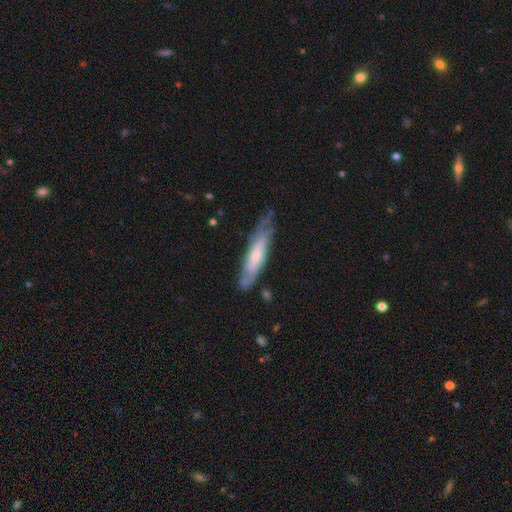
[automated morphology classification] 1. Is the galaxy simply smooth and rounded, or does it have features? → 54% featured or disk, 40% smooth, 6% star or artifact.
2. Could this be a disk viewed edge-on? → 55% yes, 45% no.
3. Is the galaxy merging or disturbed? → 67% none, 24% minor disturbance, 6% major disturbance, 2% merger.